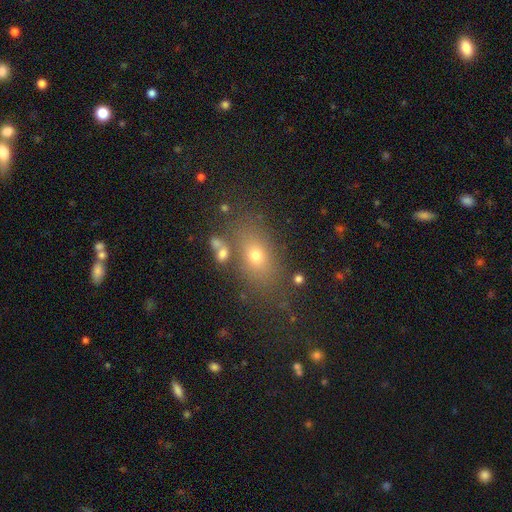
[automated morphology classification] Smooth or featured? Predicted: smooth (p=0.68). How rounded? Predicted: in between (p=0.76). Merging? Predicted: none (p=0.75).